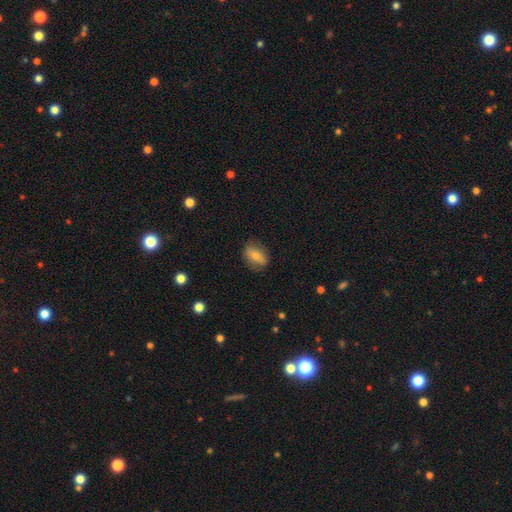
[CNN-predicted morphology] Smooth or featured? Predicted: smooth (p=0.72). How rounded? Predicted: in between (p=0.79). Merging? Predicted: none (p=0.79).